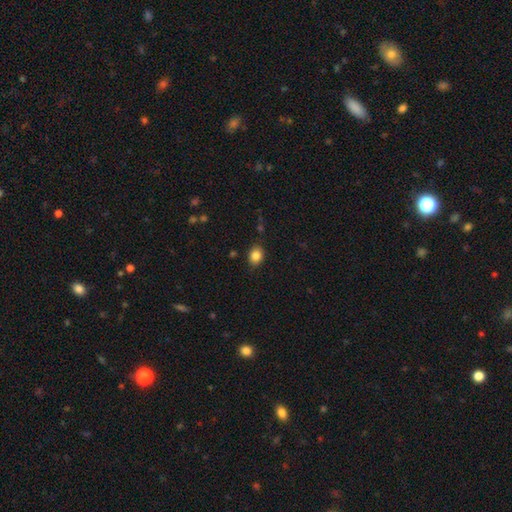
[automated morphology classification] Overall: smooth (85%). How rounded: in between (52%; round 47%). Merging: none (83%).